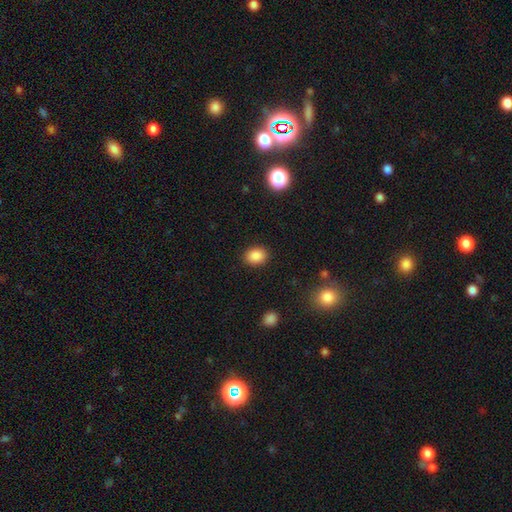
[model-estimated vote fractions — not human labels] A smooth galaxy with no disk features (88%) that is in between round and cigar-shaped (58%). Merging: none (89%).